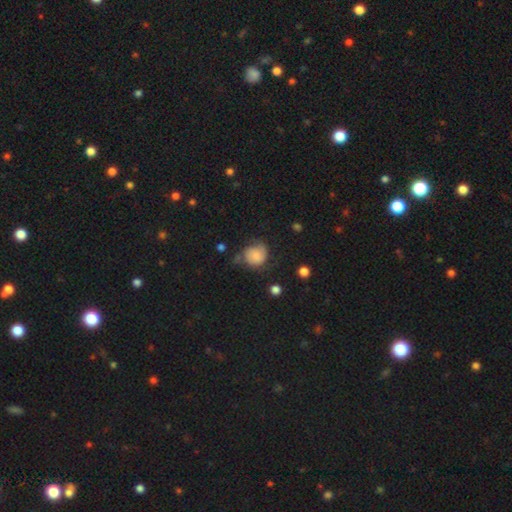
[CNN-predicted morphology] A smooth galaxy with no disk features (65%) that is round (77%).

Vote fractions:
- Smooth or featured? smooth: 65% / featured or disk: 25% / star or artifact: 9%
- How rounded? round: 77% / in between: 22% / cigar-shaped: 1%
- Merging? none: 50% / minor disturbance: 32% / major disturbance: 15% / merger: 4%